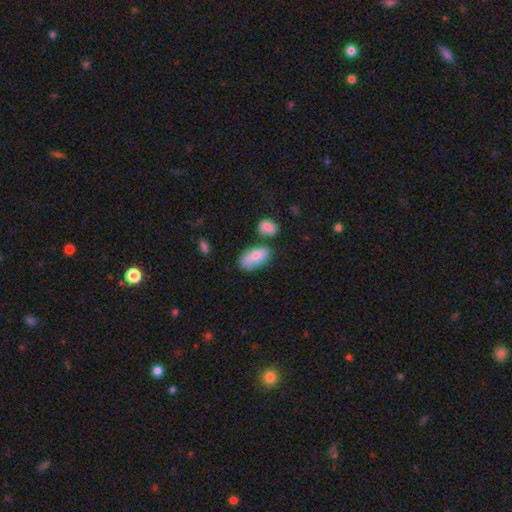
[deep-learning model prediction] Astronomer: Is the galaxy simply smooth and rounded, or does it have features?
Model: smooth — 77%.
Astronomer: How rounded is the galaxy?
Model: in between — 91%.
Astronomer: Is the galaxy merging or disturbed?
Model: none — 51%.